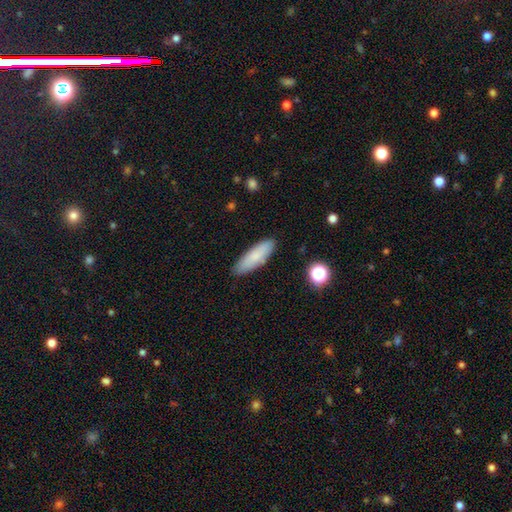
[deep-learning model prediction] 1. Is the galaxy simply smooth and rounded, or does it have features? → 82% smooth, 11% featured or disk, 7% star or artifact.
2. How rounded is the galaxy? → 50% in between, 48% cigar-shaped, 2% round.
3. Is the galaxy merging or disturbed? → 86% none, 11% minor disturbance, 2% major disturbance, 2% merger.